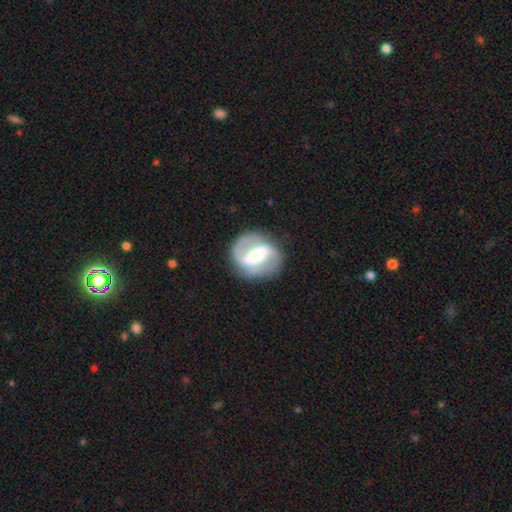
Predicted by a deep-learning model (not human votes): Smooth or featured?
  - featured or disk: 83% *
  - smooth: 12%
  - star or artifact: 5%
Edge-on disk?
  - no: 97% *
  - yes: 3%
Bar?
  - strong: 59% *
  - weak: 30%
  - no: 11%
Spiral arms?
  - yes: 92% *
  - no: 8%
Spiral winding?
  - medium: 49% *
  - tight: 28%
  - loose: 23%
Spiral arm count?
  - 2: 88% *
  - can't tell: 4%
  - 1: 4%
  - 3: 2%
  - 4: 1%
  - more than 4: 1%
Bulge size?
  - moderate: 45% *
  - small: 34%
  - large: 14%
  - none: 5%
  - dominant: 2%
Merging?
  - none: 80% *
  - minor disturbance: 12%
  - major disturbance: 6%
  - merger: 2%